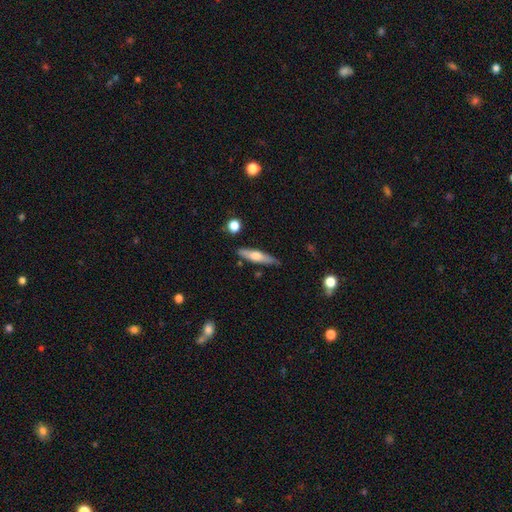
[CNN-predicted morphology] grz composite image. It shows a smooth galaxy with no disk features (52%) that is cigar-shaped (76%). Merging: none (80%).